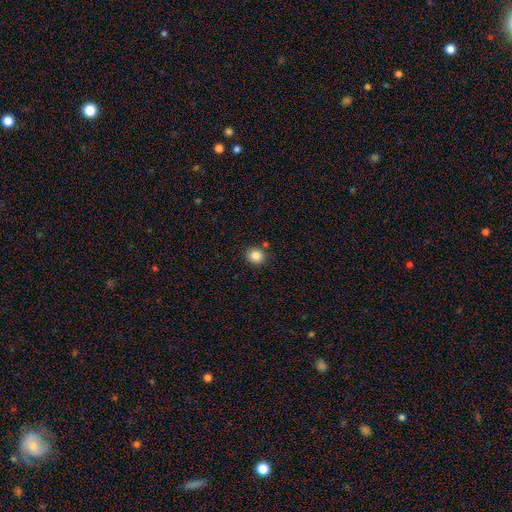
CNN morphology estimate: A smooth galaxy with no disk features (85%) that is round (79%). Merging: none (84%).